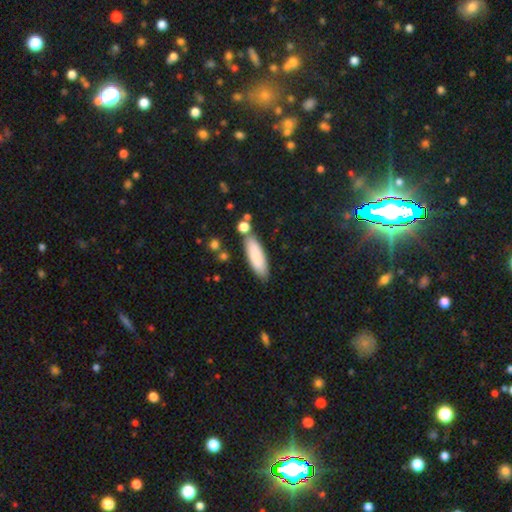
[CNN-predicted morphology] Overall: smooth (83%). How rounded: in between (53%; cigar-shaped 45%). Merging: none (78%).